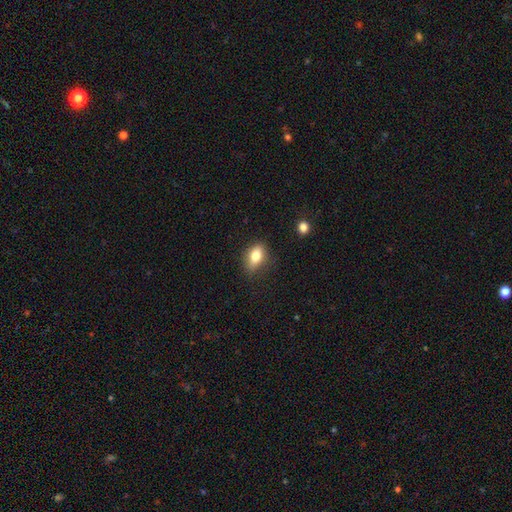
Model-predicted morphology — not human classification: Smooth or featured: smooth — 77% (featured or disk — 14%)
How rounded: in between — 82% (round — 12%)
Merging: none — 80% (minor disturbance — 15%)